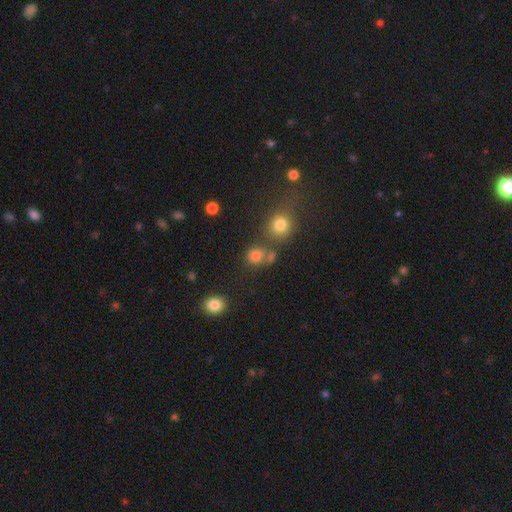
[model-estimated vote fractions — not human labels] smooth_or_featured: smooth (p=0.78) [alt: star or artifact p=0.16]
how_rounded: round (p=0.79) [alt: in between p=0.19]
merging: none (p=0.62) [alt: merger p=0.21]